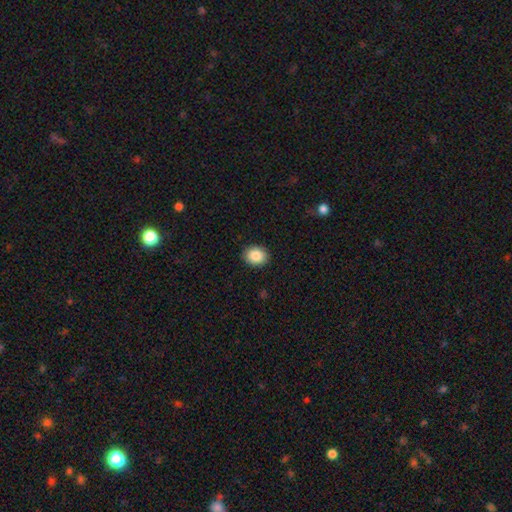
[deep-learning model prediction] A smooth galaxy with no disk features (87%) that is round (57%).

Vote fractions:
- Smooth or featured? smooth: 87% / star or artifact: 8% / featured or disk: 5%
- How rounded? round: 57% / in between: 42% / cigar-shaped: 1%
- Merging? none: 90% / minor disturbance: 7% / major disturbance: 2% / merger: 1%